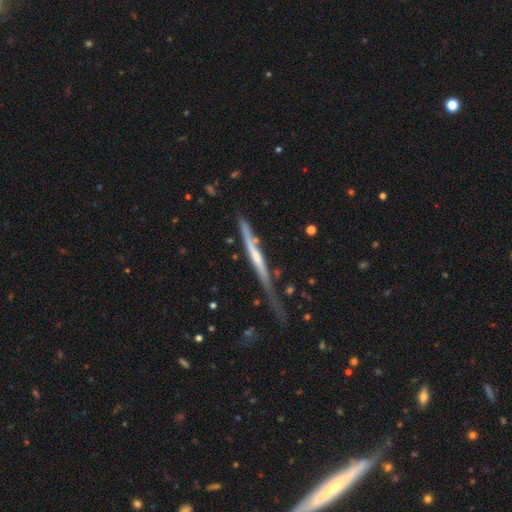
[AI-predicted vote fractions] A featured or disk galaxy (68%) viewed edge-on (93%) with no central bulge (55%).

Vote fractions:
- Smooth or featured? featured or disk: 68% / smooth: 26% / star or artifact: 6%
- Edge-on disk? yes: 93% / no: 7%
- Edge-on bulge? none: 55% / rounded: 34% / boxy: 11%
- Merging? none: 47% / minor disturbance: 31% / major disturbance: 16% / merger: 6%